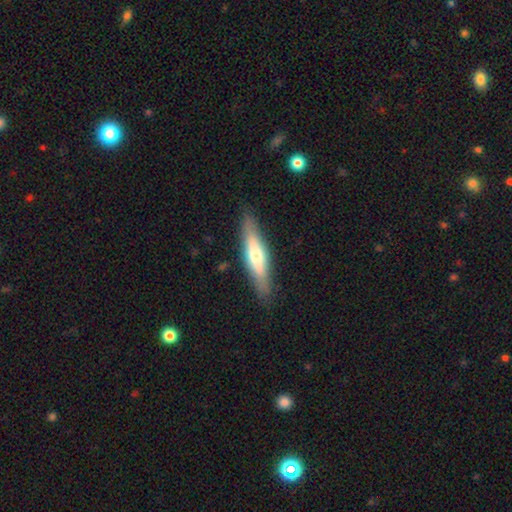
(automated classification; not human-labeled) A smooth galaxy with no disk features (48%).

Vote fractions:
- Smooth or featured? smooth: 48% / featured or disk: 46% / star or artifact: 5%
- Merging? none: 86% / minor disturbance: 10% / major disturbance: 2% / merger: 1%